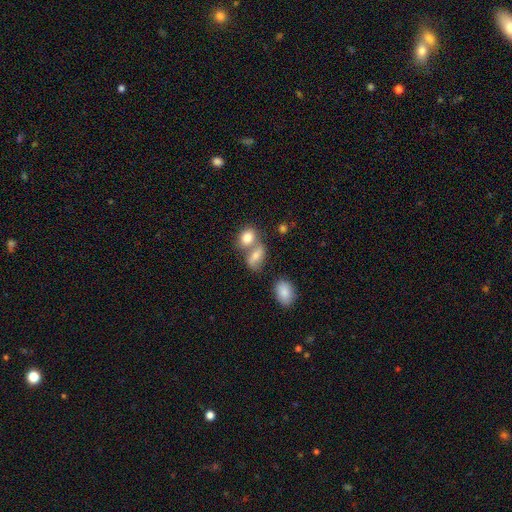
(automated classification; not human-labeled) The model was most divided on "merging": merger: 49%, none: 36%, minor disturbance: 10%, major disturbance: 5%. More confident: how rounded — in between (75%); smooth or featured — smooth (69%).